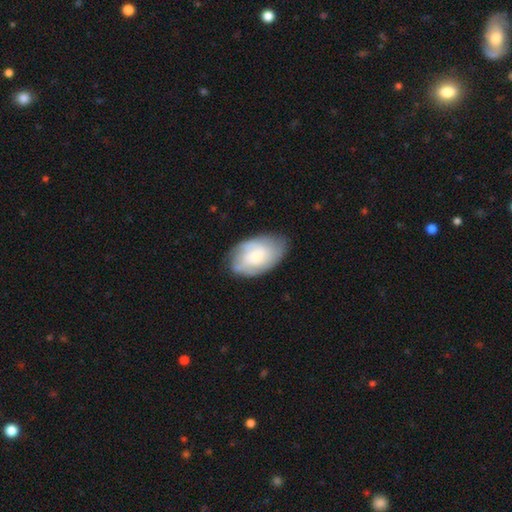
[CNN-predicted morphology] A smooth galaxy with no disk features (50%) that is in between round and cigar-shaped (91%).

Vote fractions:
- Smooth or featured? smooth: 50% / featured or disk: 44% / star or artifact: 6%
- How rounded? in between: 91% / round: 7% / cigar-shaped: 1%
- Merging? none: 68% / minor disturbance: 24% / major disturbance: 7% / merger: 2%